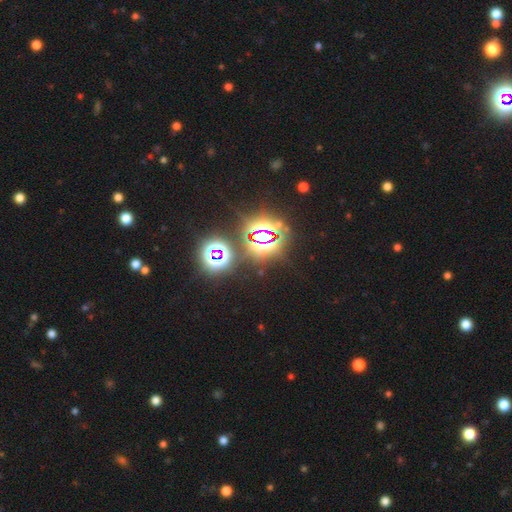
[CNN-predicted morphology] The model was most divided on "smooth or featured": star or artifact: 80%, smooth: 14%, featured or disk: 6%.